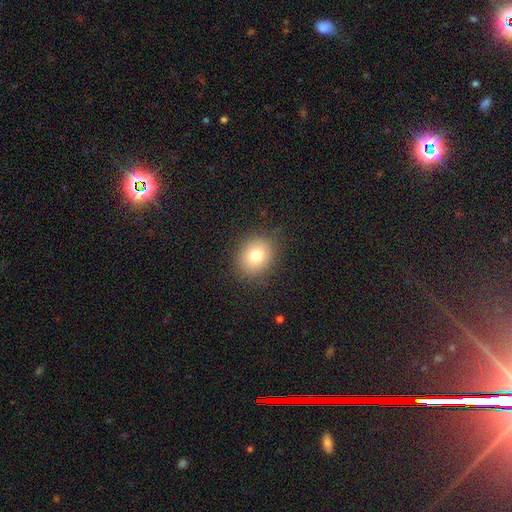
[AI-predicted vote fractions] A smooth galaxy with no disk features (78%) that is round (66%). Merging: none (86%).